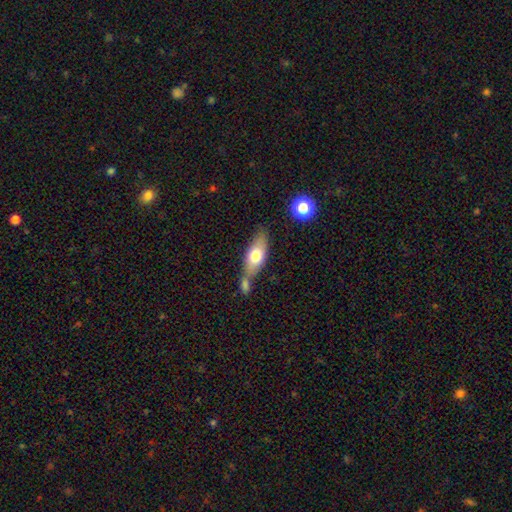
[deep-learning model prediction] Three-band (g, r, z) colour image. It shows a smooth galaxy with no disk features (66%) that is in between round and cigar-shaped (77%). Merging: none (46%).